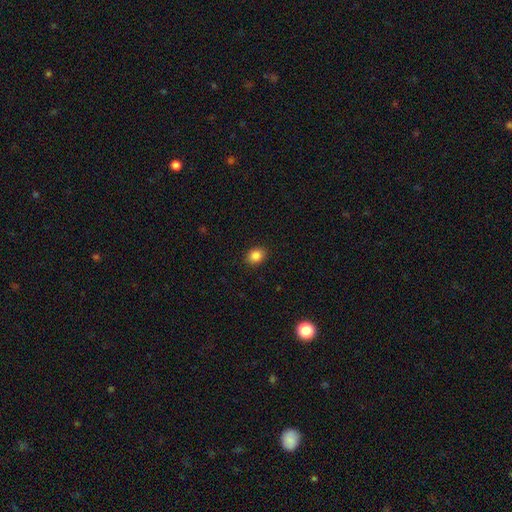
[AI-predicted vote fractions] Morphology: type=smooth (86%); roundness=in between (51%); merging=none (90%).